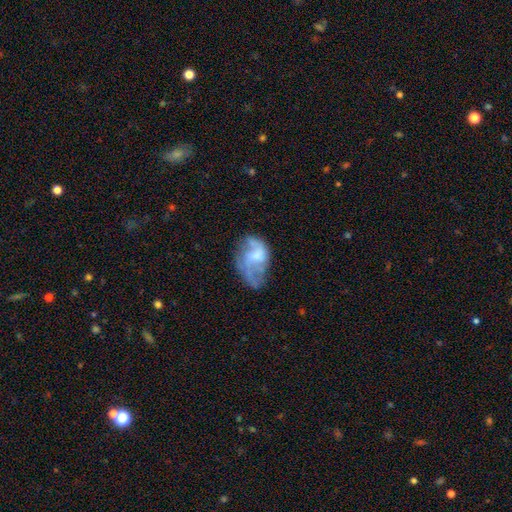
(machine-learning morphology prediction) featured or disk 62%, smooth 30%, star or artifact 8%. Down the decision tree: edge-on disk — no (97%); bar — no (53%); spiral arms — yes (73%); bulge size — moderate (33%, tied with small); merging — none (38%).